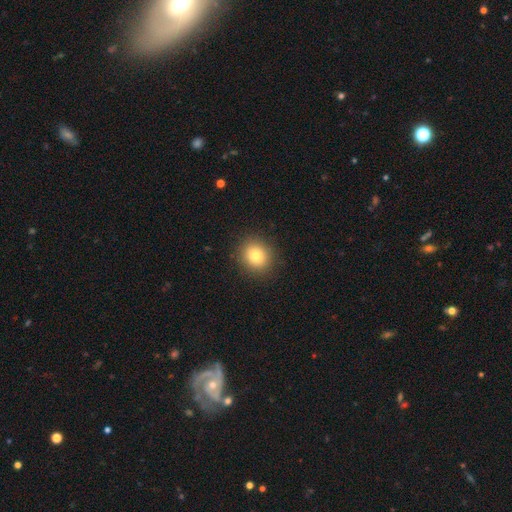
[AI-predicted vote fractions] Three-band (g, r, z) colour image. It shows a smooth galaxy with no disk features (79%) that is round (82%). Merging: none (90%).